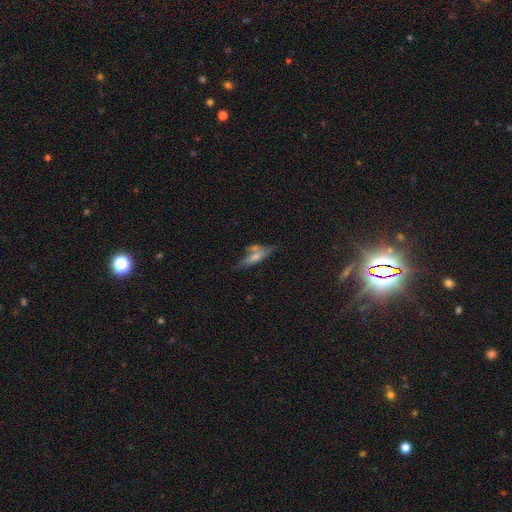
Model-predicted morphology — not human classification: Overall: smooth (57%; featured or disk 34%). How rounded: cigar-shaped (55%; in between 42%). Merging: none (47%; merger 25%).